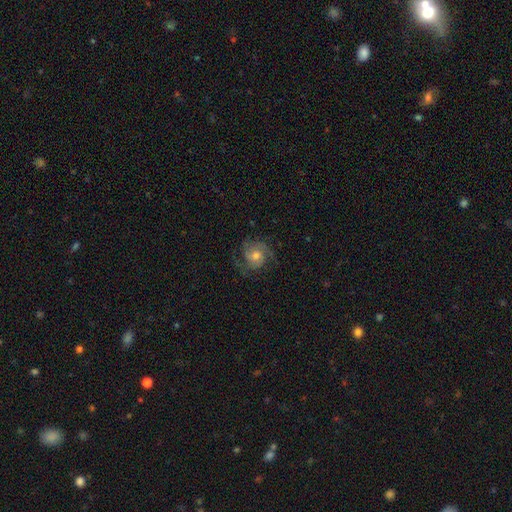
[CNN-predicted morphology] type=featured or disk (78%); edge-on=no (97%); bar=no (71%); spiral arms=yes (95%); winding=medium (46%); arm count=3 (36%); bulge=moderate (65%); merging=none (72%).